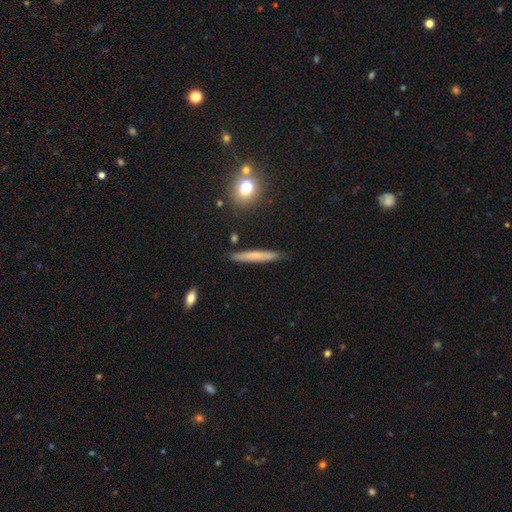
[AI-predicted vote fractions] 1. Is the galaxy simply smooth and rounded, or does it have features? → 58% smooth, 34% featured or disk, 8% star or artifact.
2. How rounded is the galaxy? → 93% cigar-shaped, 5% in between, 2% round.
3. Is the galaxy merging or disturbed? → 87% none, 9% minor disturbance, 2% merger, 2% major disturbance.